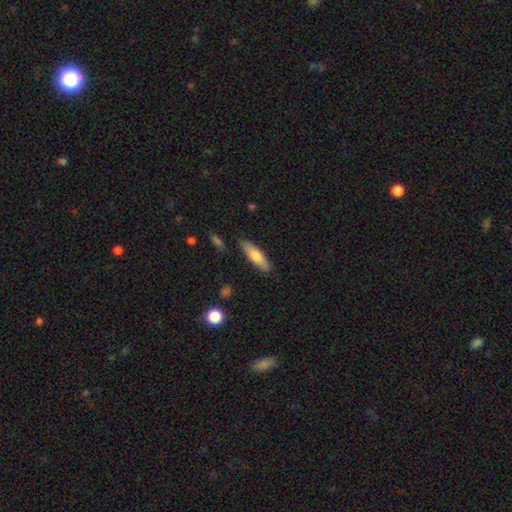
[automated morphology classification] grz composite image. It shows a smooth galaxy with no disk features (73%) that is cigar-shaped (55%). Merging: none (86%).